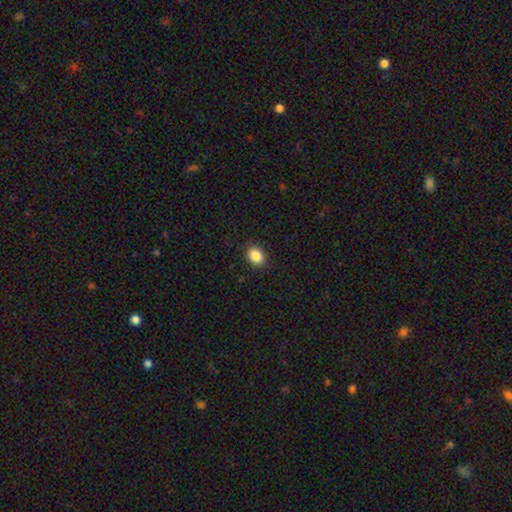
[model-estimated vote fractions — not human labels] This appears to be a smooth galaxy with no disk features (87%) that is in between round and cigar-shaped (62%). Merging: none (89%).